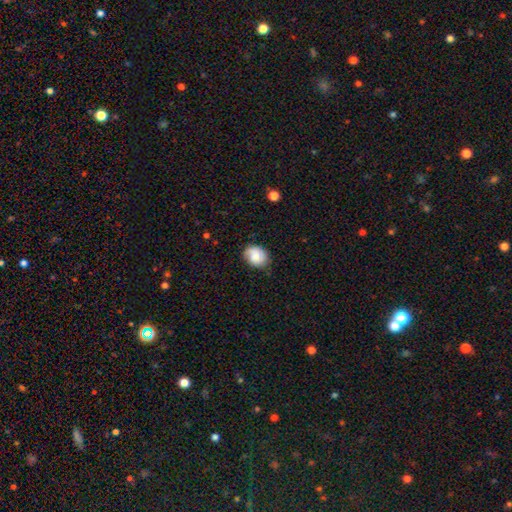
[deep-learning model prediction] Smooth or featured? Predicted: smooth (p=0.74). How rounded? Predicted: in between (p=0.52). Merging? Predicted: none (p=0.68).